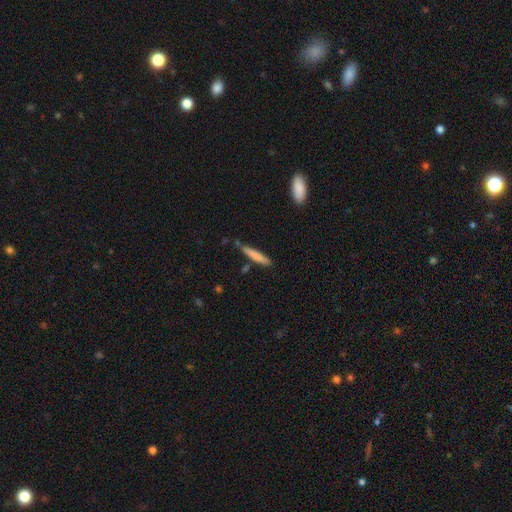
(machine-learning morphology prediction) Smooth or featured? Predicted: smooth (p=0.77). How rounded? Predicted: cigar-shaped (p=0.91). Merging? Predicted: none (p=0.71).